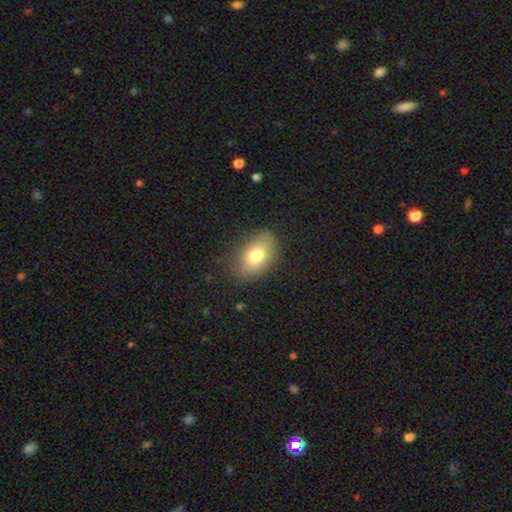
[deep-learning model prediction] A smooth galaxy with no disk features (78%) that is in between round and cigar-shaped (88%).

Vote fractions:
- Smooth or featured? smooth: 78% / featured or disk: 14% / star or artifact: 8%
- How rounded? in between: 88% / round: 10% / cigar-shaped: 2%
- Merging? none: 79% / minor disturbance: 15% / major disturbance: 5% / merger: 1%